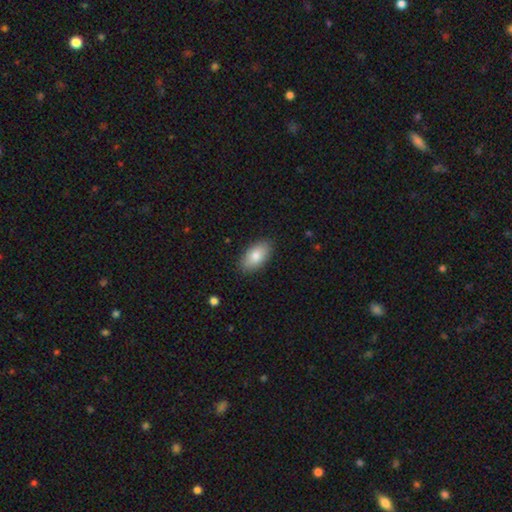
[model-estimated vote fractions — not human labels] Overall: smooth (82%). How rounded: in between (93%). Merging: none (87%).